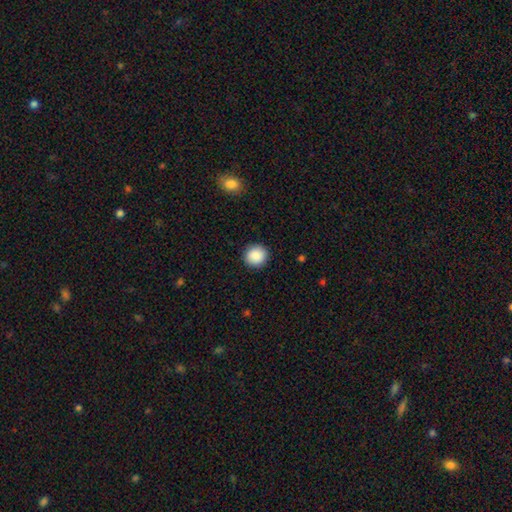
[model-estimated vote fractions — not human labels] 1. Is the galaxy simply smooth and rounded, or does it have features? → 89% smooth, 8% star or artifact, 3% featured or disk.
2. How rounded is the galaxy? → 91% round, 8% in between, 1% cigar-shaped.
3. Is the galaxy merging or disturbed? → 91% none, 6% minor disturbance, 2% major disturbance, 1% merger.